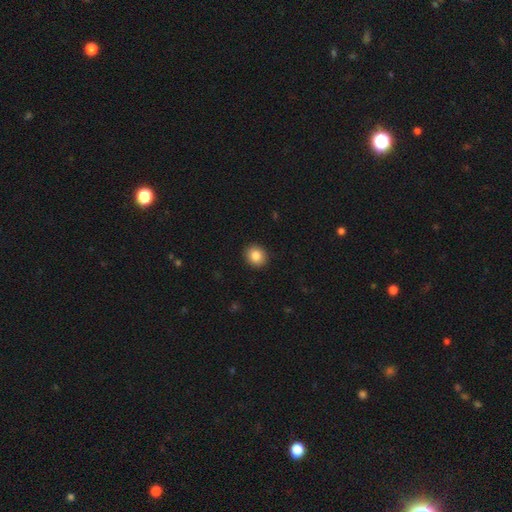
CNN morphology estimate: The model was most divided on "how rounded": round: 75%, in between: 24%, cigar-shaped: 1%. More confident: merging — none (92%); smooth or featured — smooth (85%).